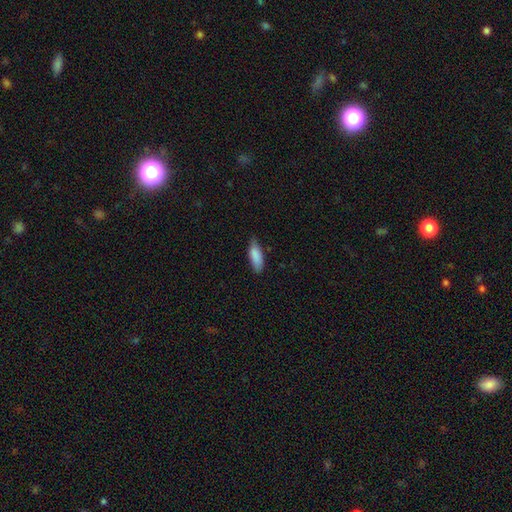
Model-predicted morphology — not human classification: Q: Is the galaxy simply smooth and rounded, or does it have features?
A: smooth — 87%.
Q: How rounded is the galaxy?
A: in between — 68%.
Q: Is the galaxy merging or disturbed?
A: none — 73%.